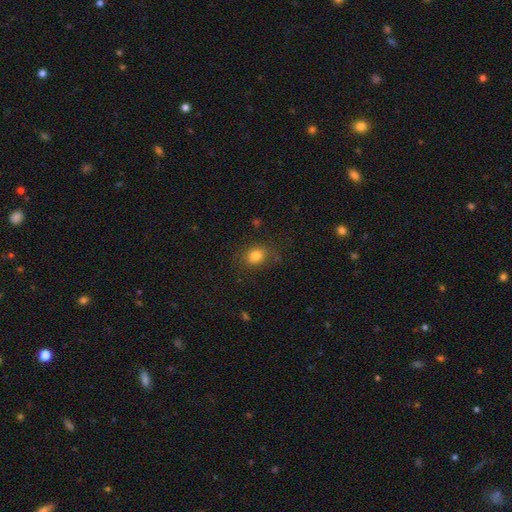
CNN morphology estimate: smooth 82%, star or artifact 11%, featured or disk 7%. Down the decision tree: how rounded — round (57%); merging — none (76%).